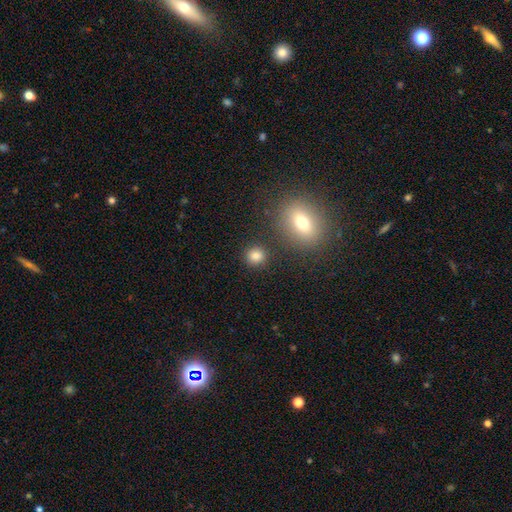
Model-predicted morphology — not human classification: Q: Smooth or featured?
A: smooth (83%); runner-up: star or artifact (12%)
Q: How rounded?
A: round (86%); runner-up: in between (13%)
Q: Merging?
A: none (85%); runner-up: minor disturbance (7%)